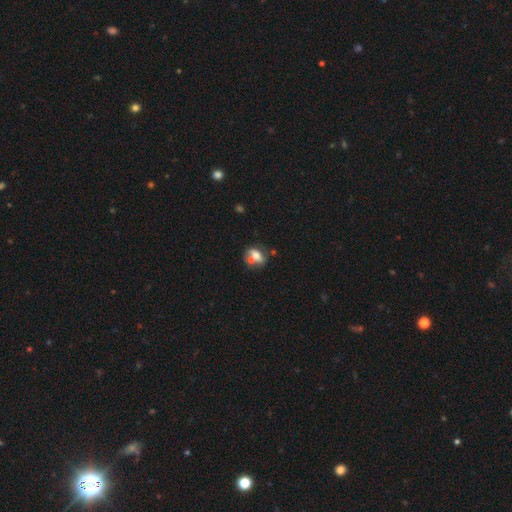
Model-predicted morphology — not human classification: This appears to be a smooth galaxy with no disk features (54%) that is in between round and cigar-shaped (64%). Merging: merger (41%).